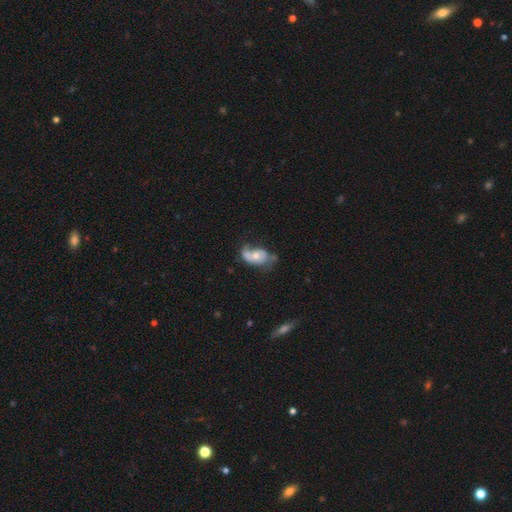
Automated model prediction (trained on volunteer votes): Smooth or featured? featured or disk (56%)
Edge-on disk? no (94%)
Bar? no (77%)
Spiral arms? yes (65%)
Bulge size? moderate (63%)
Merging? none (37%)